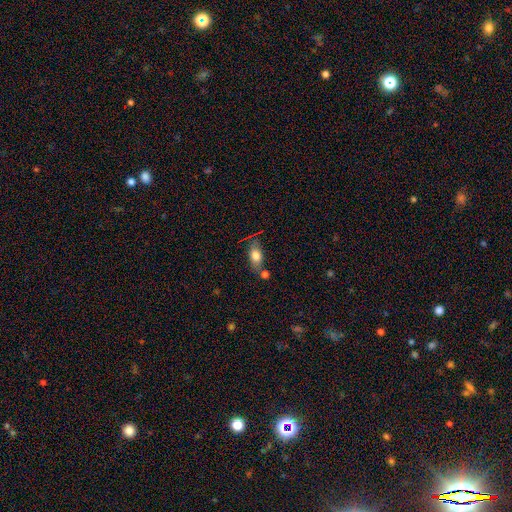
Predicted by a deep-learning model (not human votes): The model was most divided on "merging": none: 60%, minor disturbance: 19%, merger: 15%, major disturbance: 6%. More confident: how rounded — in between (85%); smooth or featured — smooth (74%).